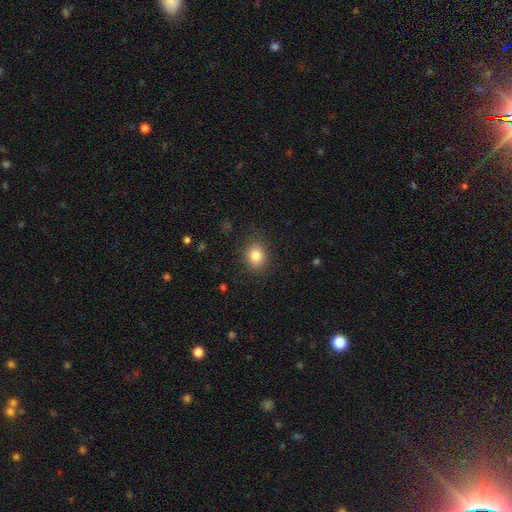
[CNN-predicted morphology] type=smooth (84%); roundness=round (59%); merging=none (85%).